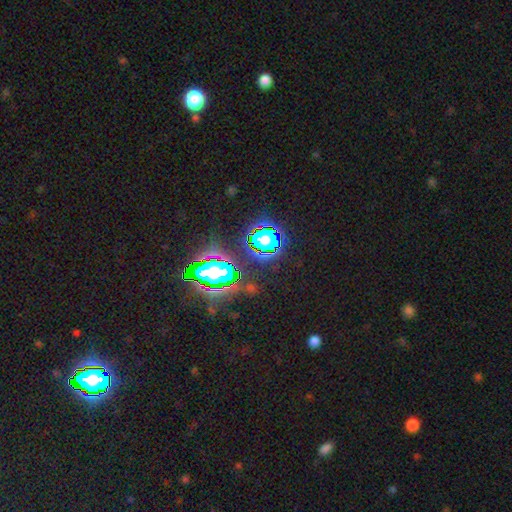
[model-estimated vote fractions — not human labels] Smooth or featured: star or artifact — 81% (smooth — 12%)